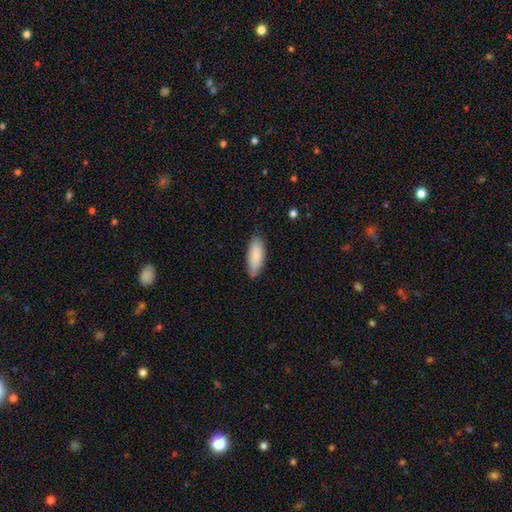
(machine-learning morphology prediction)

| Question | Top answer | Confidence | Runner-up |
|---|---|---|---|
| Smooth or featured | smooth | 87% | featured or disk (7%) |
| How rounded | in between | 74% | cigar-shaped (24%) |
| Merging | none | 81% | minor disturbance (16%) |